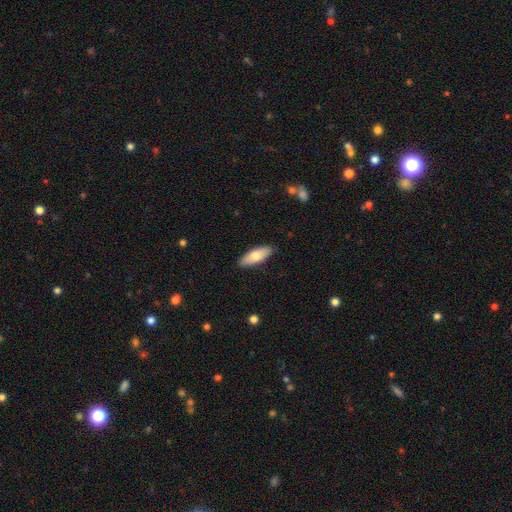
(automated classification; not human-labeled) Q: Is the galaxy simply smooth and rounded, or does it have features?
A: smooth — 73%.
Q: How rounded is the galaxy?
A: in between — 67%.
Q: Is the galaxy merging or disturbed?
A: none — 88%.